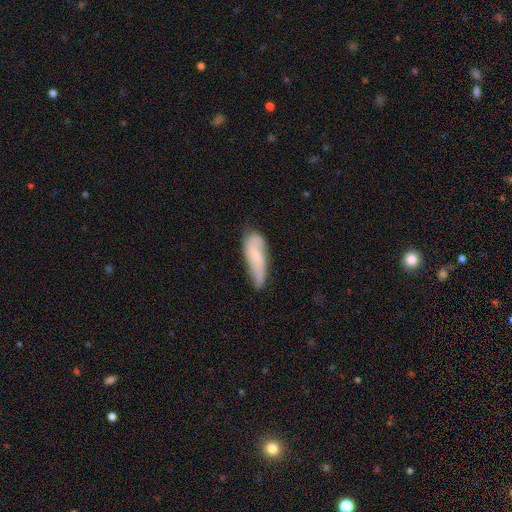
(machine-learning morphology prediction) Smooth or featured: featured or disk — 47% (smooth — 46%)
Merging: none — 56% (minor disturbance — 33%)